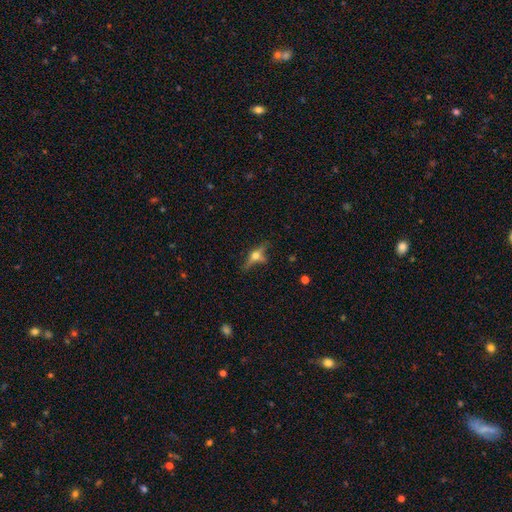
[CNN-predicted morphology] Smooth or featured? featured or disk (58%)
Edge-on disk? yes (85%)
Merging? none (63%)